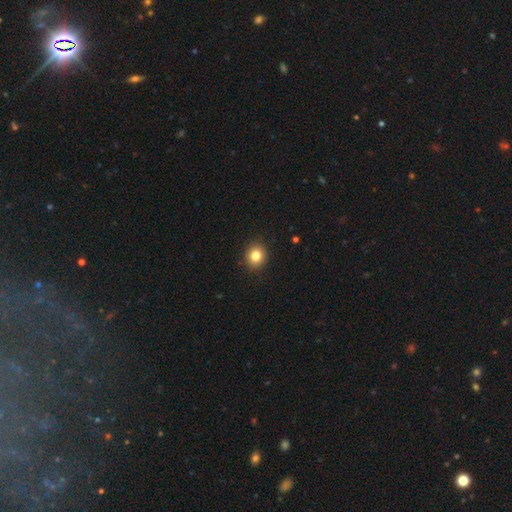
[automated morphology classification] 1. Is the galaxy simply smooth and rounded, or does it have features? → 83% smooth, 11% star or artifact, 6% featured or disk.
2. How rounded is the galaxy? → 81% round, 18% in between, 1% cigar-shaped.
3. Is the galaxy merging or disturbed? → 92% none, 6% minor disturbance, 2% major disturbance, 1% merger.